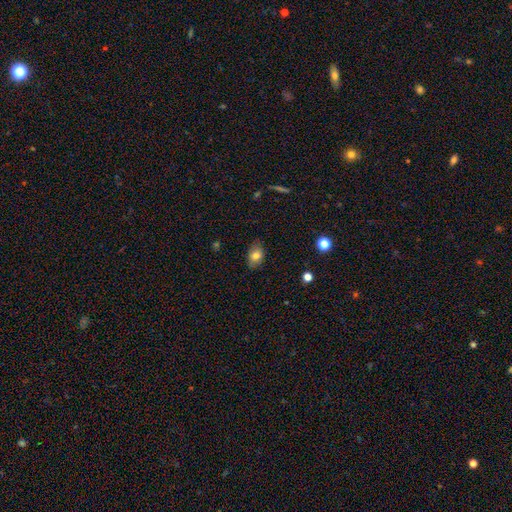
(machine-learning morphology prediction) Overall: smooth (78%). How rounded: in between (80%). Merging: none (81%).